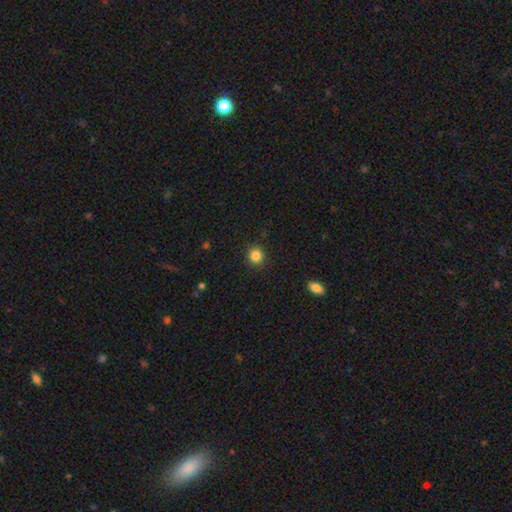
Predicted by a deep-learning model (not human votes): Morphology: type=smooth (85%); roundness=round (89%); merging=none (90%).